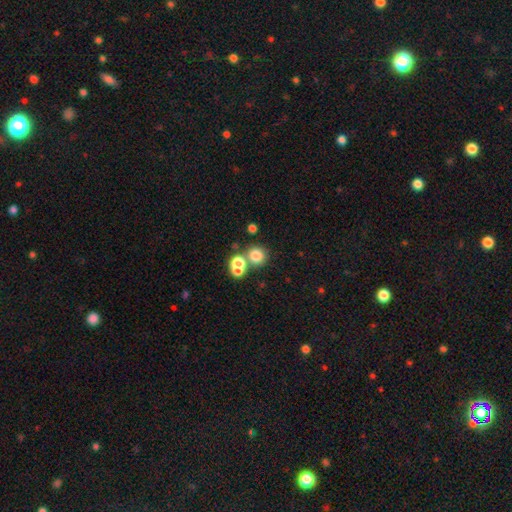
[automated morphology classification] smooth-or-featured: smooth: 75% | star or artifact: 16% | featured or disk: 10%
  how-rounded: round: 88% | in between: 11% | cigar-shaped: 1%
  merging: none: 61% | merger: 28% | minor disturbance: 7% | major disturbance: 4%